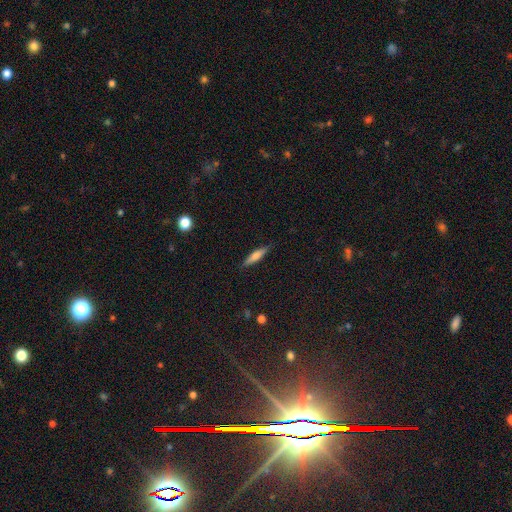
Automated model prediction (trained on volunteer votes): smooth_or_featured: smooth (p=0.56) [alt: featured or disk p=0.37]
how_rounded: cigar-shaped (p=0.83) [alt: in between p=0.15]
merging: none (p=0.88) [alt: minor disturbance p=0.09]